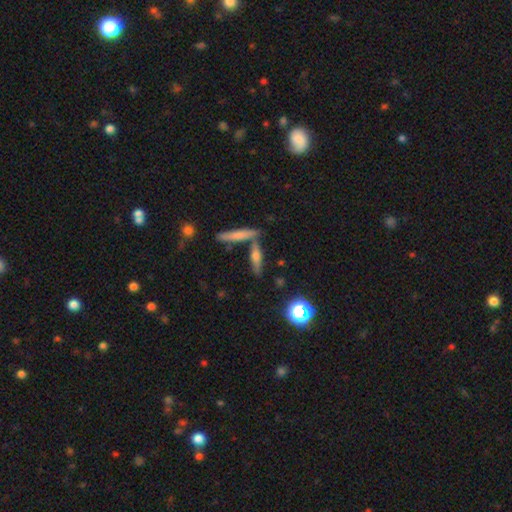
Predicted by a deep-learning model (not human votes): Smooth or featured? featured or disk (44%)
Merging? none (69%)